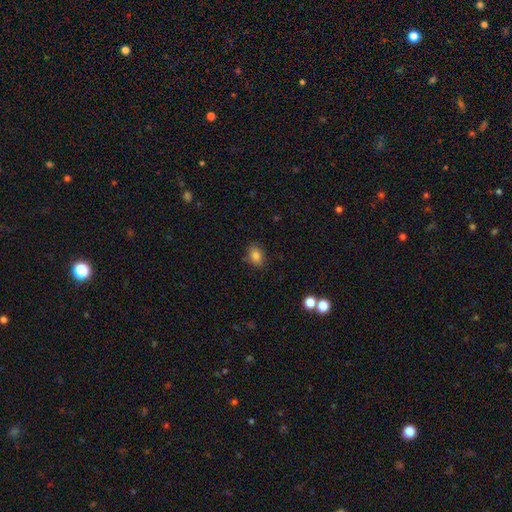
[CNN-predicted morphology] This appears to be a smooth galaxy with no disk features (84%) that is in between round and cigar-shaped (76%). Merging: none (83%).